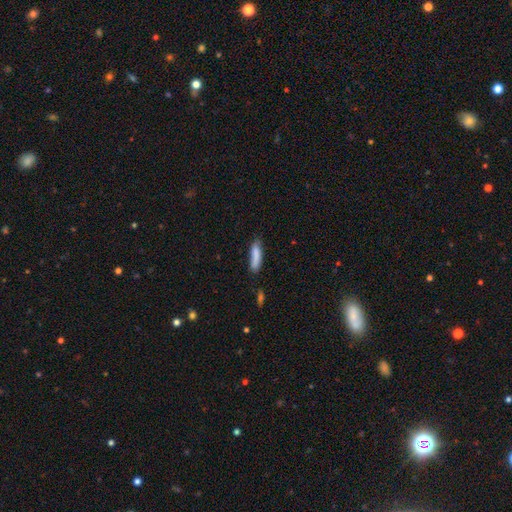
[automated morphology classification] Overall: smooth (82%). How rounded: cigar-shaped (72%). Merging: none (67%).